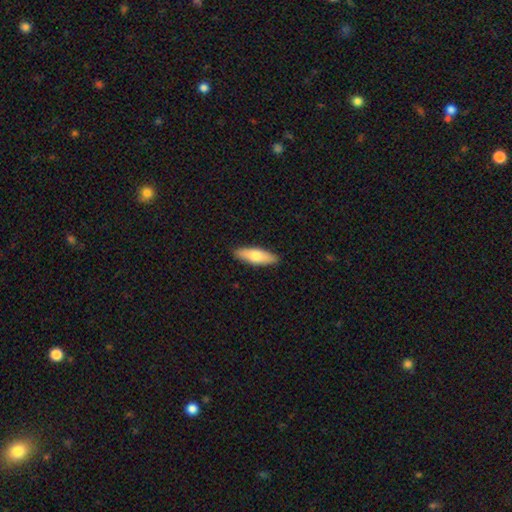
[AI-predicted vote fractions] Smooth or featured?
  - smooth: 69% *
  - featured or disk: 25%
  - star or artifact: 5%
How rounded?
  - in between: 54% *
  - cigar-shaped: 44%
  - round: 2%
Merging?
  - none: 89% *
  - minor disturbance: 8%
  - major disturbance: 2%
  - merger: 1%